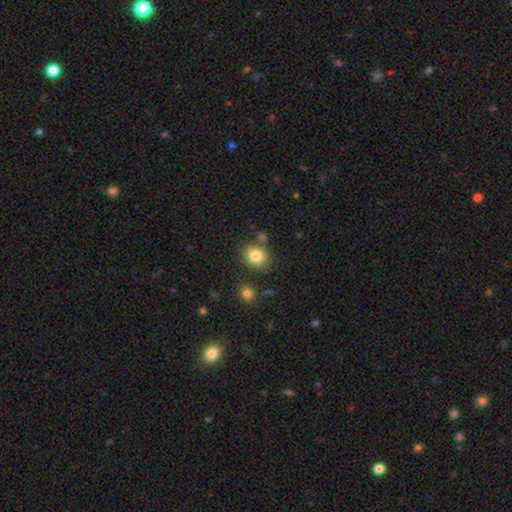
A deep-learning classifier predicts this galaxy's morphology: The model was most divided on "how rounded": round: 57%, in between: 42%, cigar-shaped: 1%. More confident: smooth or featured — smooth (83%); merging — none (77%).